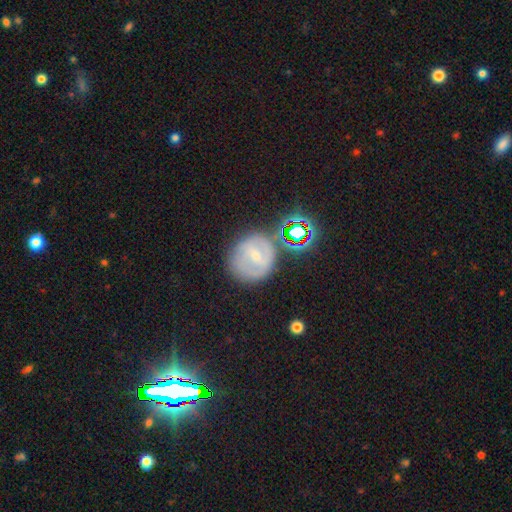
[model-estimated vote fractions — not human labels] featured or disk 55%, smooth 32%, star or artifact 13%. Down the decision tree: edge-on disk — no (95%); bar — weak (46%); spiral arms — yes (61%); bulge size — small (68%); merging — none (62%).